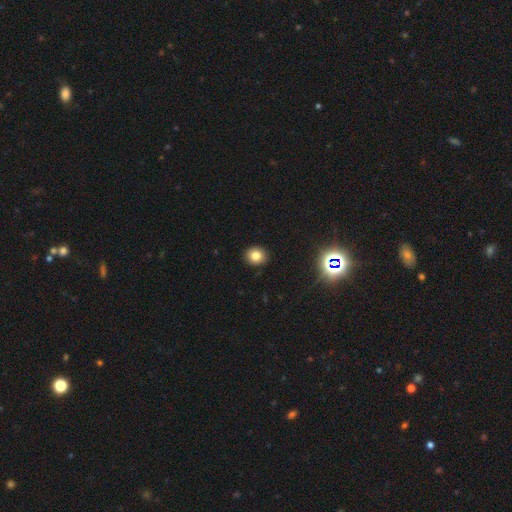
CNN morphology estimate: The model was most divided on "how rounded": round: 76%, in between: 23%, cigar-shaped: 1%. More confident: merging — none (91%); smooth or featured — smooth (81%).